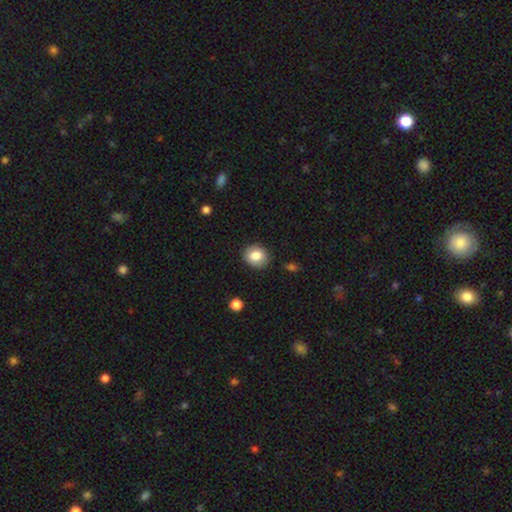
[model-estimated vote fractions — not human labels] Morphology: type=smooth (83%); roundness=round (71%); merging=none (86%).